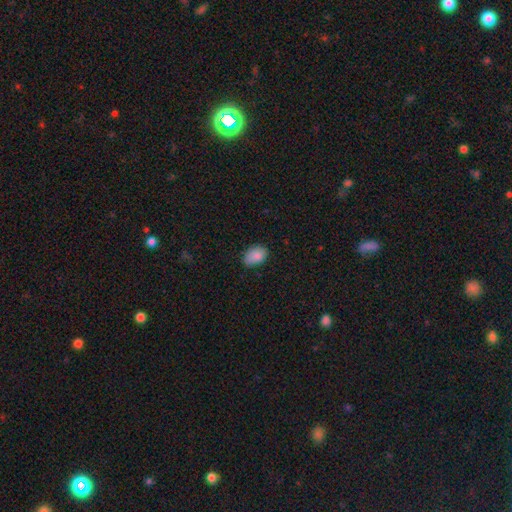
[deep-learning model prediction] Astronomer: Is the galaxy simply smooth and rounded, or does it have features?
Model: smooth — 87%.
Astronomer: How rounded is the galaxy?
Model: in between — 88%.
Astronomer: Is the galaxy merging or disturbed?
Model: none — 75%.